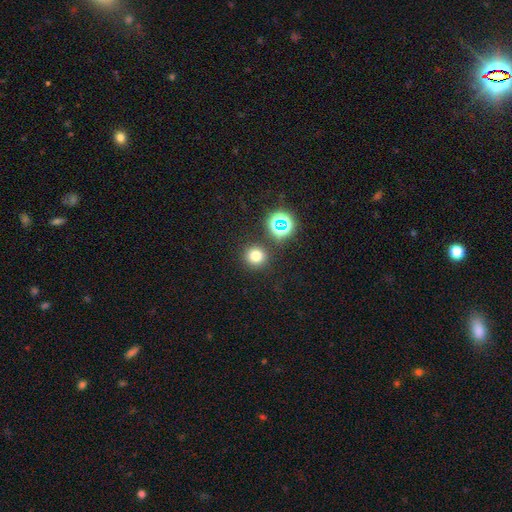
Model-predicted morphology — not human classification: smooth 74%, star or artifact 20%, featured or disk 6%. Down the decision tree: how rounded — round (93%); merging — none (86%).